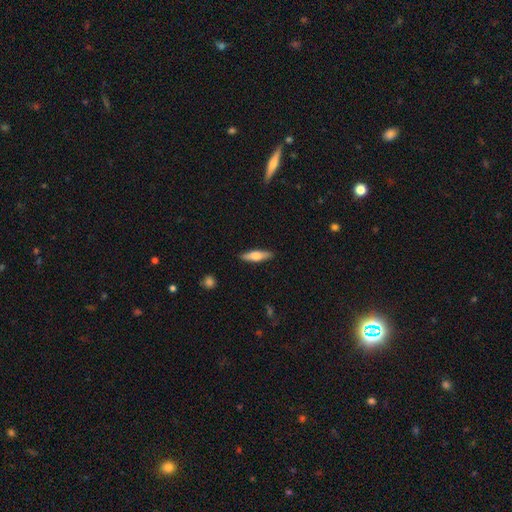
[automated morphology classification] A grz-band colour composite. It shows a smooth galaxy with no disk features (55%) that is cigar-shaped (63%). Merging: none (89%).